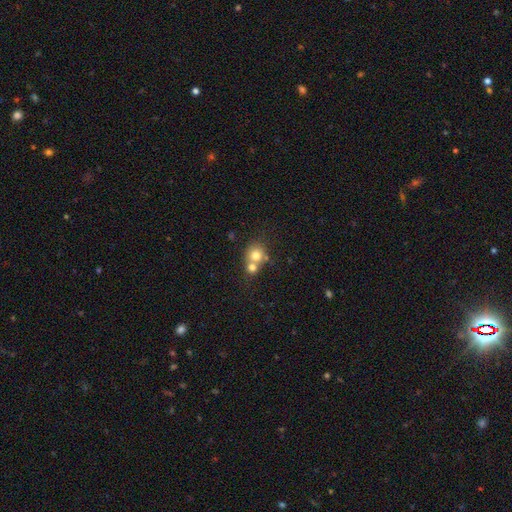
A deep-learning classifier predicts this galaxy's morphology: type=smooth (75%); roundness=round (83%); merging=merger (54%).